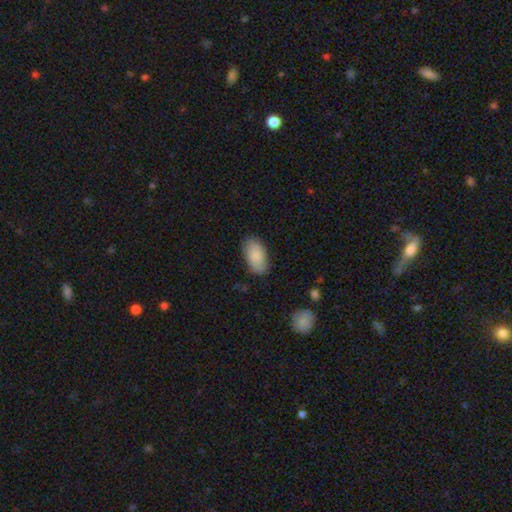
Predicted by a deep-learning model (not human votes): Smooth or featured: smooth — 87% (featured or disk — 6%)
How rounded: in between — 95% (round — 3%)
Merging: none — 80% (minor disturbance — 15%)